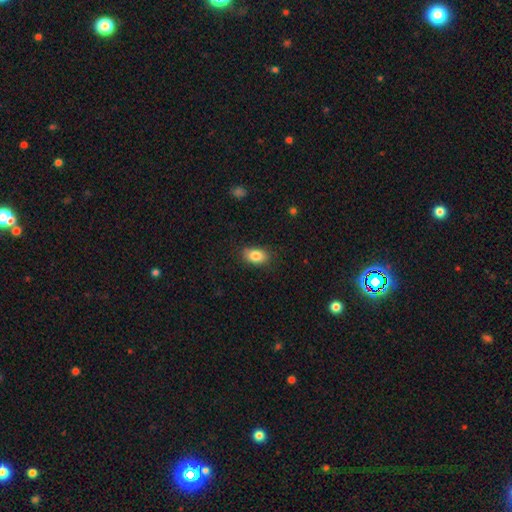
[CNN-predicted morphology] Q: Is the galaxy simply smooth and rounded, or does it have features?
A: smooth — 86%.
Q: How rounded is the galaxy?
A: in between — 88%.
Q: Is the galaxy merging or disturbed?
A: none — 83%.